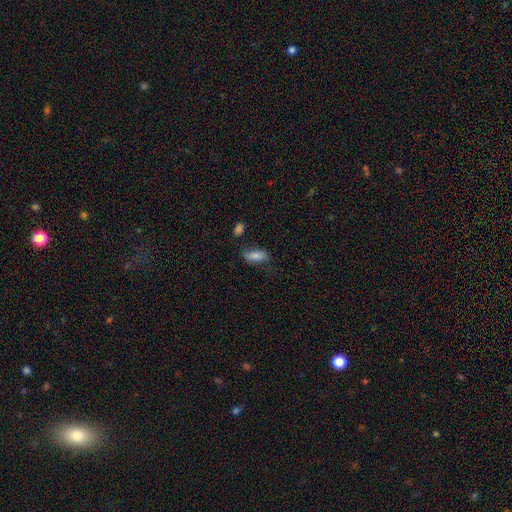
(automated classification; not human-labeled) Smooth or featured? Predicted: smooth (p=0.81). How rounded? Predicted: in between (p=0.79). Merging? Predicted: none (p=0.66).